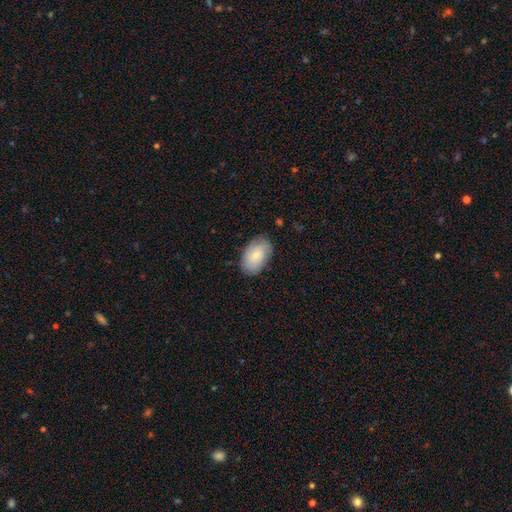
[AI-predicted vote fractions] Smooth or featured: smooth — 75% (featured or disk — 19%)
How rounded: in between — 92% (round — 7%)
Merging: none — 78% (minor disturbance — 17%)